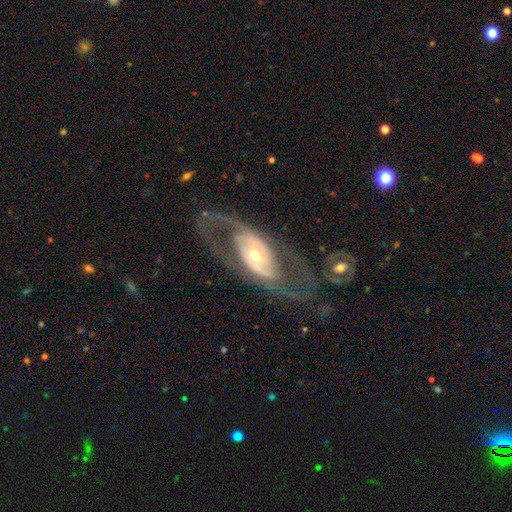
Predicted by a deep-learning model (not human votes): Smooth or featured? Predicted: featured or disk (p=0.83). Edge-on disk? Predicted: no (p=0.91). Bar? Predicted: no (p=0.60). Spiral arms? Predicted: yes (p=0.76). Spiral winding? Predicted: medium (p=0.43). Spiral arm count? Predicted: 2 (p=0.82). Bulge size? Predicted: moderate (p=0.66). Merging? Predicted: none (p=0.67).